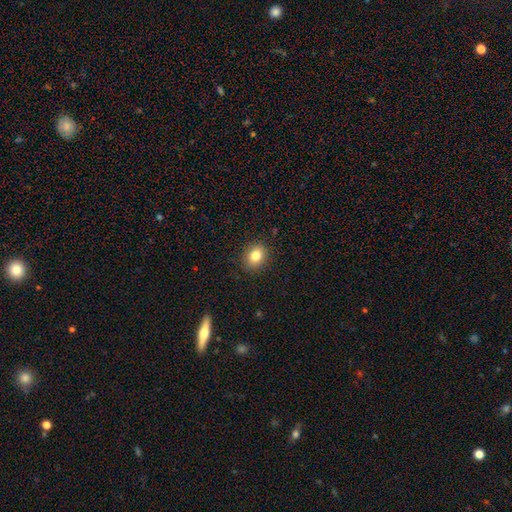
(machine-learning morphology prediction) A smooth galaxy with no disk features (82%) that is round (59%).

Vote fractions:
- Smooth or featured? smooth: 82% / star or artifact: 11% / featured or disk: 8%
- How rounded? round: 59% / in between: 40% / cigar-shaped: 1%
- Merging? none: 89% / minor disturbance: 8% / major disturbance: 2% / merger: 1%